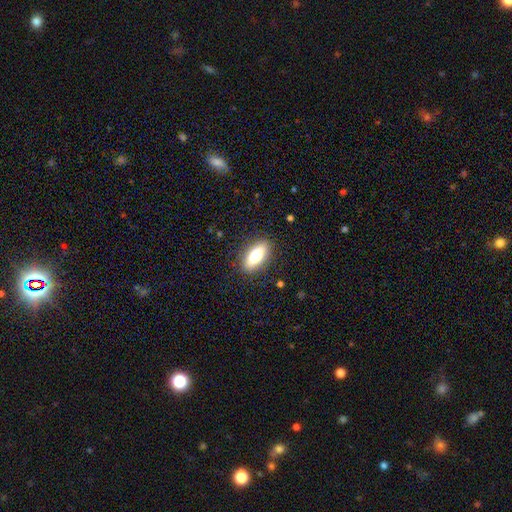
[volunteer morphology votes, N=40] Overall: smooth (75%). How rounded: in between (80%). Merging: none (97%).